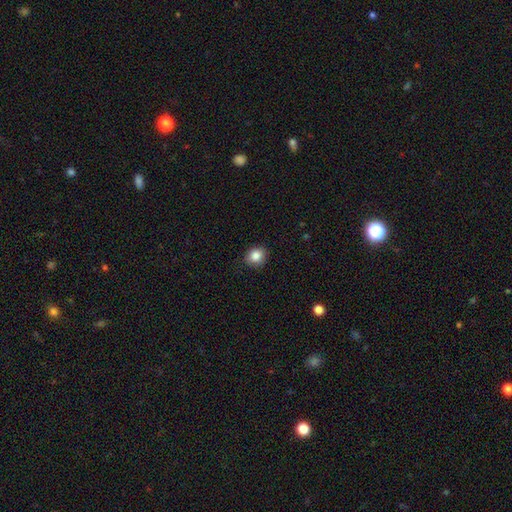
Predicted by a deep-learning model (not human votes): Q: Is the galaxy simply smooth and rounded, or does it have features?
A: smooth — 85%.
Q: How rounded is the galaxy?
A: round — 72%.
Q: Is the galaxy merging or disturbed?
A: none — 86%.